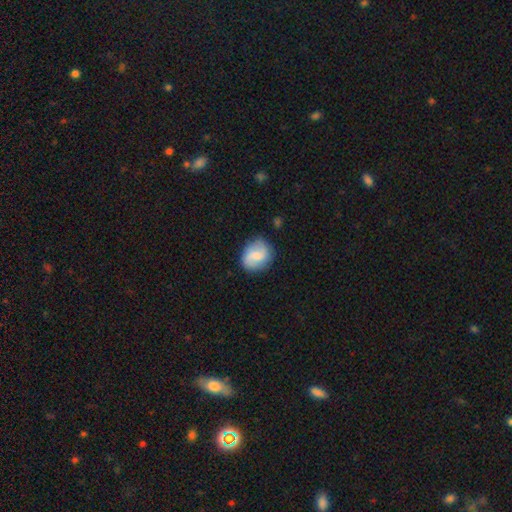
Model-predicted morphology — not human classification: Overall: smooth (54%; featured or disk 39%). How rounded: round (63%; in between 36%). Merging: none (76%).